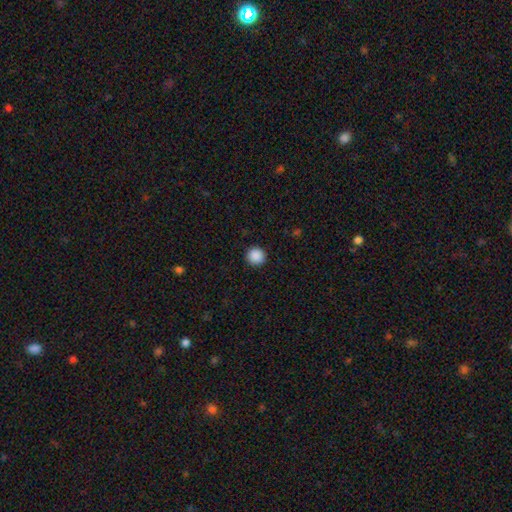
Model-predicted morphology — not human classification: Smooth or featured: smooth — 89% (star or artifact — 9%)
How rounded: round — 95% (in between — 5%)
Merging: none — 92% (minor disturbance — 5%)